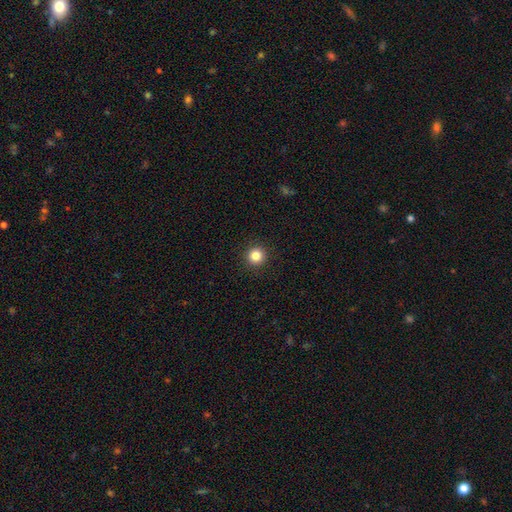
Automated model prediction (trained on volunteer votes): Smooth or featured? smooth (84%)
How rounded? round (96%)
Merging? none (94%)